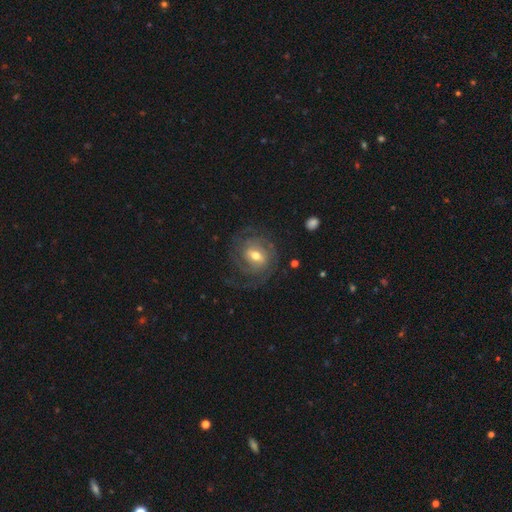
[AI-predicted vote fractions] smooth-or-featured: featured or disk: 82% | smooth: 12% | star or artifact: 6%
  disk-edge-on: no: 97% | yes: 3%
    bar: weak: 53% | no: 25% | strong: 22%
    has-spiral-arms: yes: 92% | no: 8%
      spiral-winding: tight: 57% | medium: 32% | loose: 11%
      spiral-arm-count: can't tell: 32% | 2: 28% | 3: 19% | 4: 8% | 1: 7% | more than 4: 5%
    bulge-size: moderate: 69% | small: 20% | large: 8% | none: 1% | dominant: 1%
  merging: none: 68% | minor disturbance: 16% | major disturbance: 14% | merger: 1%